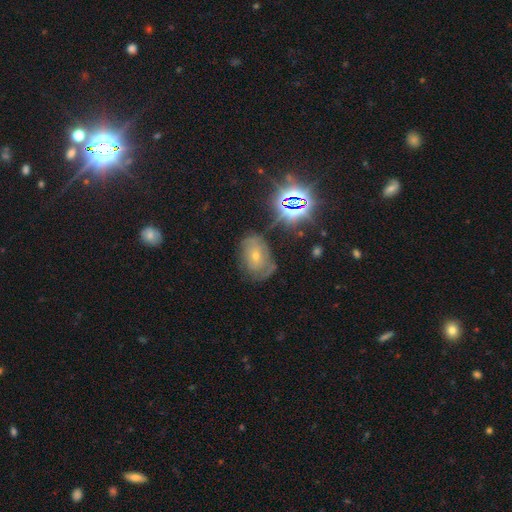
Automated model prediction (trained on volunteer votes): Smooth or featured? Predicted: featured or disk (p=0.43). Merging? Predicted: none (p=0.53).